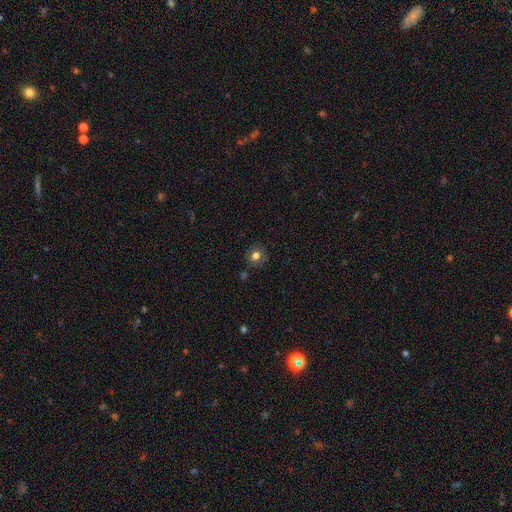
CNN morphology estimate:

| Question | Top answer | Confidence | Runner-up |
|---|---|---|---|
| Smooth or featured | smooth | 76% | star or artifact (12%) |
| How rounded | round | 87% | in between (12%) |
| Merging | none | 85% | minor disturbance (10%) |